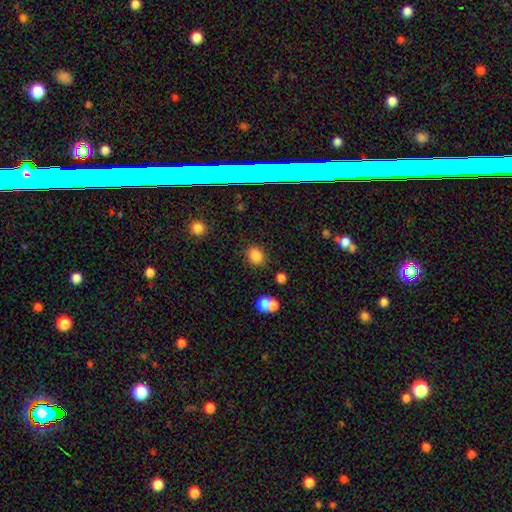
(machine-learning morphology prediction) smooth-or-featured: smooth: 82% | star or artifact: 13% | featured or disk: 5%
  how-rounded: round: 54% | in between: 45% | cigar-shaped: 1%
  merging: none: 80% | minor disturbance: 11% | merger: 5% | major disturbance: 4%